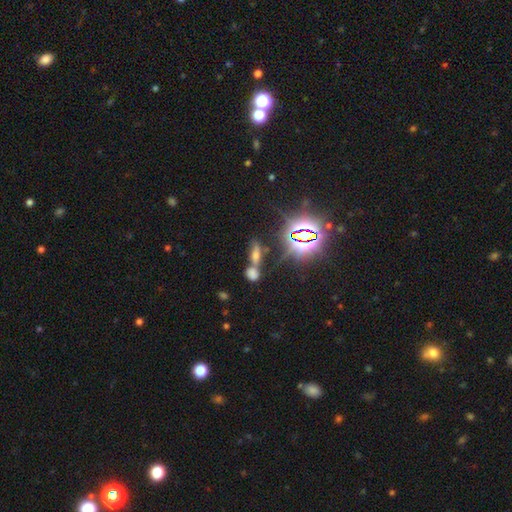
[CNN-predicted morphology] The model was most divided on "smooth or featured": star or artifact: 46%, smooth: 36%, featured or disk: 18%.